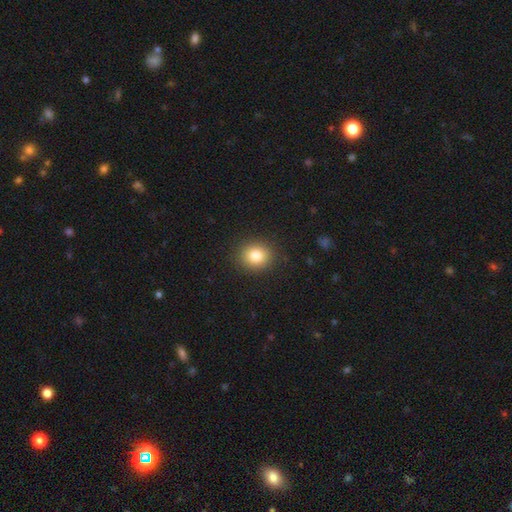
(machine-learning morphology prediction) A smooth galaxy with no disk features (83%) that is round (75%).

Vote fractions:
- Smooth or featured? smooth: 83% / star or artifact: 10% / featured or disk: 7%
- How rounded? round: 75% / in between: 25% / cigar-shaped: 1%
- Merging? none: 90% / minor disturbance: 7% / major disturbance: 2% / merger: 1%